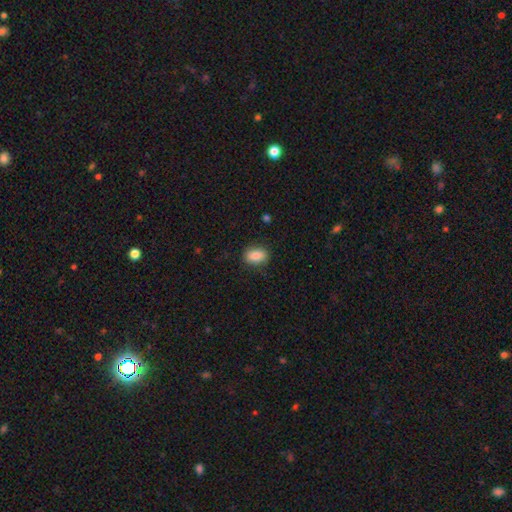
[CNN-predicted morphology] A smooth galaxy with no disk features (83%) that is in between round and cigar-shaped (77%). Merging: none (85%).